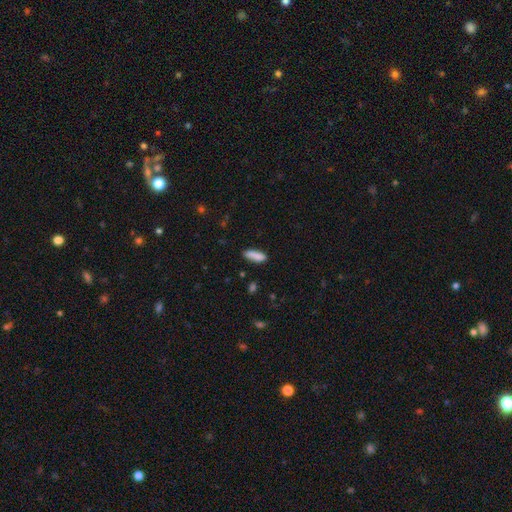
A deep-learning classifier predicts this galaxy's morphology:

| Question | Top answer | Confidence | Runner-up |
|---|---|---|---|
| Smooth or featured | smooth | 86% | star or artifact (7%) |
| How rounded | cigar-shaped | 50% | in between (48%) |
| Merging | none | 78% | minor disturbance (15%) |